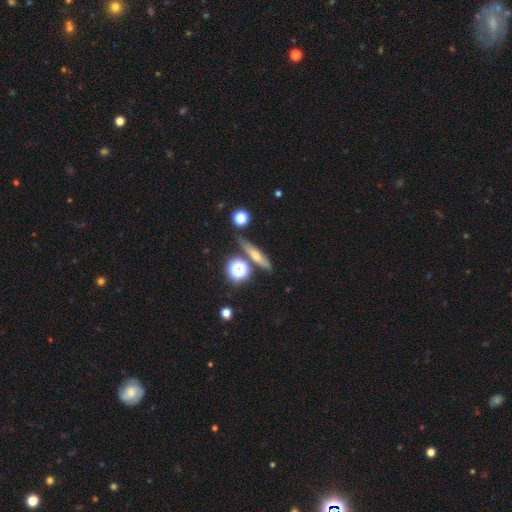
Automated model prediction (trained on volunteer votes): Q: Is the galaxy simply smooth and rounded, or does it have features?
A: featured or disk — 44%.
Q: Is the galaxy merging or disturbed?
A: none — 80%.